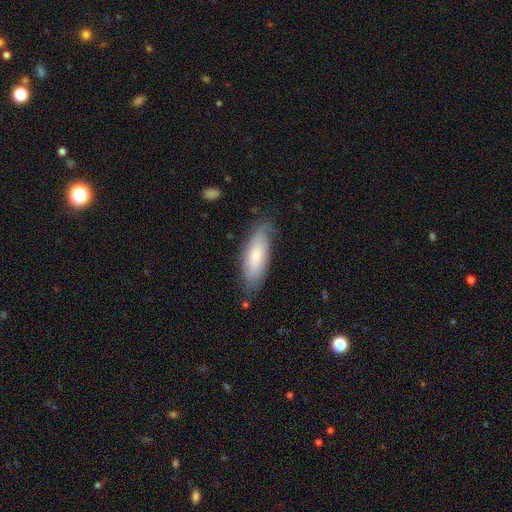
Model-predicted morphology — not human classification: The model was most divided on "how rounded": in between: 63%, cigar-shaped: 36%, round: 2%. More confident: merging — none (73%); smooth or featured — smooth (62%).